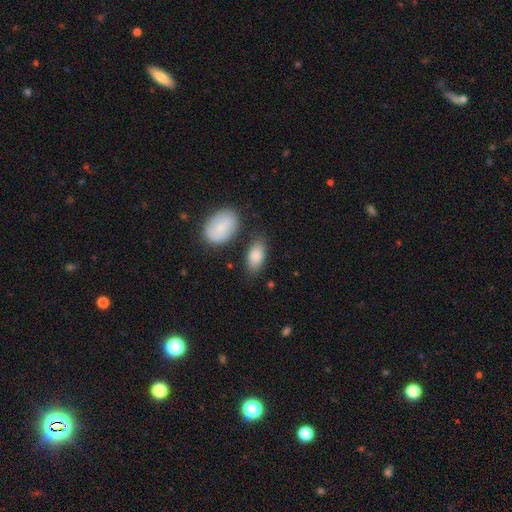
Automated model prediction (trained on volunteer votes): Smooth or featured? smooth (85%)
How rounded? in between (92%)
Merging? none (72%)